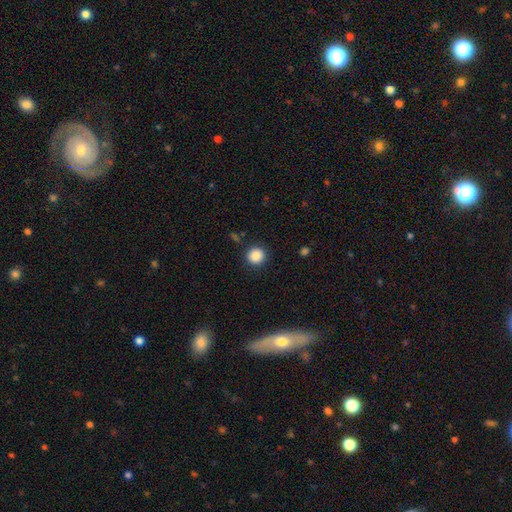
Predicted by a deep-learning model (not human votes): This appears to be a smooth galaxy with no disk features (87%) that is round (94%). Merging: none (90%).